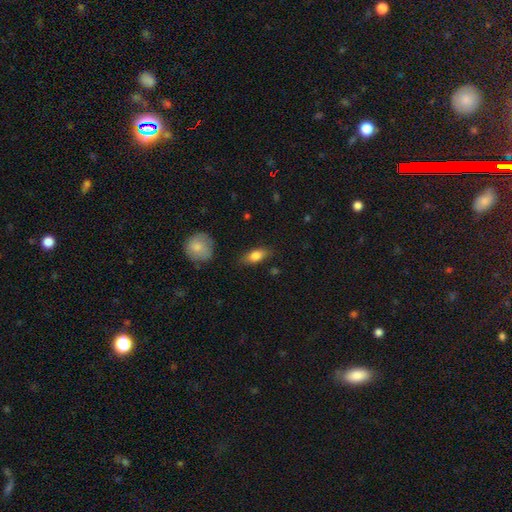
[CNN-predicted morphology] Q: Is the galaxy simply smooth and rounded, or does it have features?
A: smooth — 80%.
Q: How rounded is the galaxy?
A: in between — 83%.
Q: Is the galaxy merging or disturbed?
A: none — 81%.